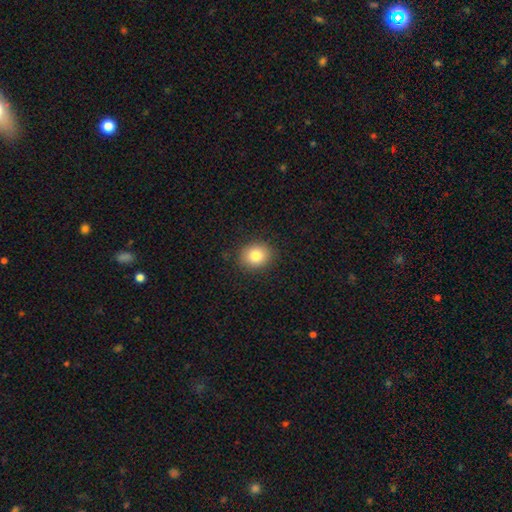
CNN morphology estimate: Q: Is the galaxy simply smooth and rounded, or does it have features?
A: smooth — 81%.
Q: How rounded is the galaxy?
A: round — 69%.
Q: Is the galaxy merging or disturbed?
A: none — 89%.